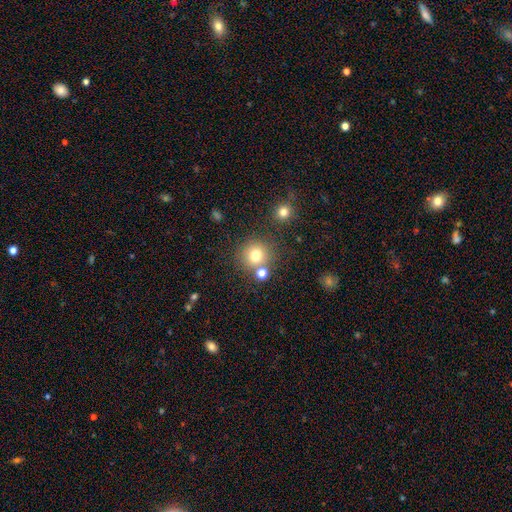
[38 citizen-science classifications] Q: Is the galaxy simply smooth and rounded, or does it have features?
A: smooth — 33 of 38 (87%).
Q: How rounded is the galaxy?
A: round — 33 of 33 (100%).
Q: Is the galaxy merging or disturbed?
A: none — 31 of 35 (89%).